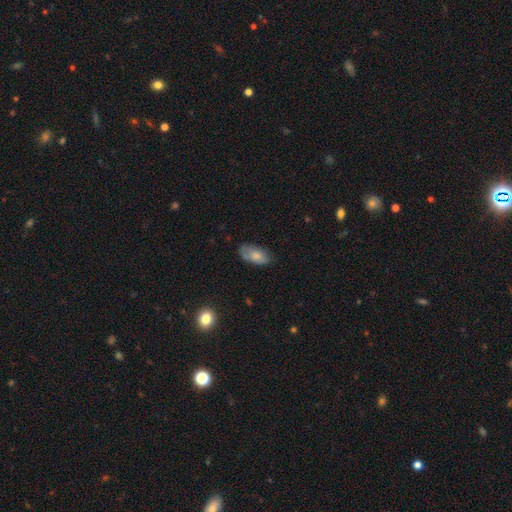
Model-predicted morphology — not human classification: Q: Smooth or featured?
A: smooth (73%); runner-up: featured or disk (20%)
Q: How rounded?
A: in between (92%); runner-up: cigar-shaped (5%)
Q: Merging?
A: none (64%); runner-up: minor disturbance (27%)